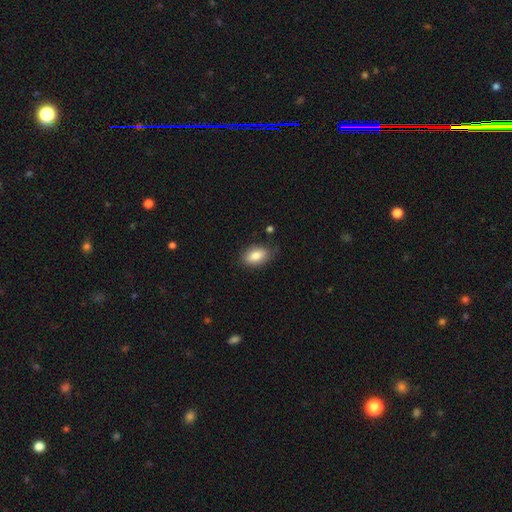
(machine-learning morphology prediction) A smooth galaxy with no disk features (81%) that is in between round and cigar-shaped (90%). Merging: none (78%).